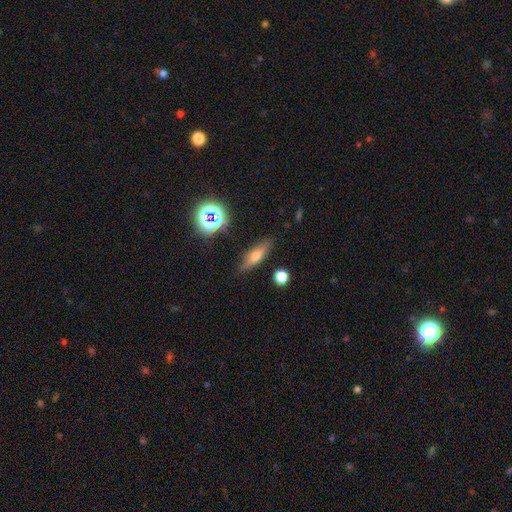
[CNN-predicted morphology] smooth-or-featured: smooth: 53% | featured or disk: 35% | star or artifact: 12%
  how-rounded: cigar-shaped: 53% | in between: 41% | round: 6%
  merging: none: 83% | minor disturbance: 12% | major disturbance: 3% | merger: 2%